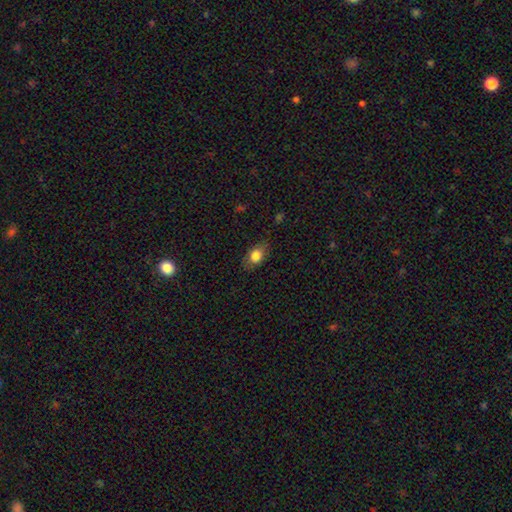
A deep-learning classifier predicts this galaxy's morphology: This appears to be a smooth galaxy with no disk features (80%) that is in between round and cigar-shaped (77%). Merging: none (76%).